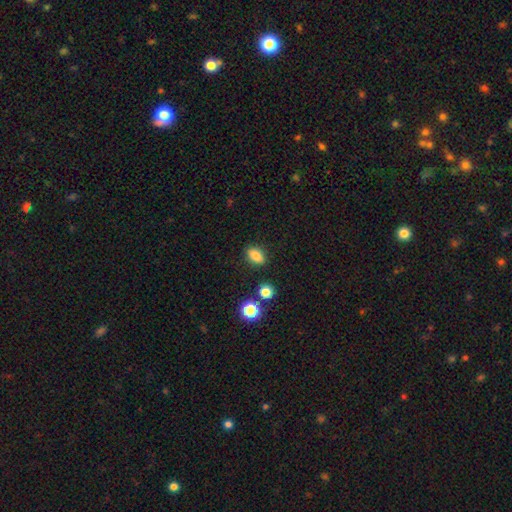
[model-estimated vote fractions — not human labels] Smooth or featured? Predicted: smooth (p=0.81). How rounded? Predicted: in between (p=0.80). Merging? Predicted: none (p=0.86).